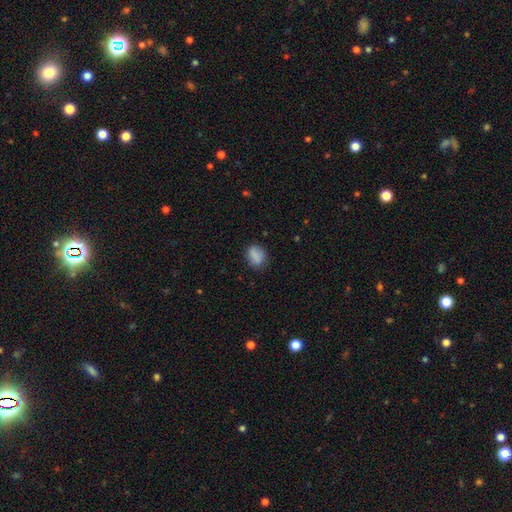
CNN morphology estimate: A smooth galaxy with no disk features (85%) that is in between round and cigar-shaped (63%). Merging: none (76%).